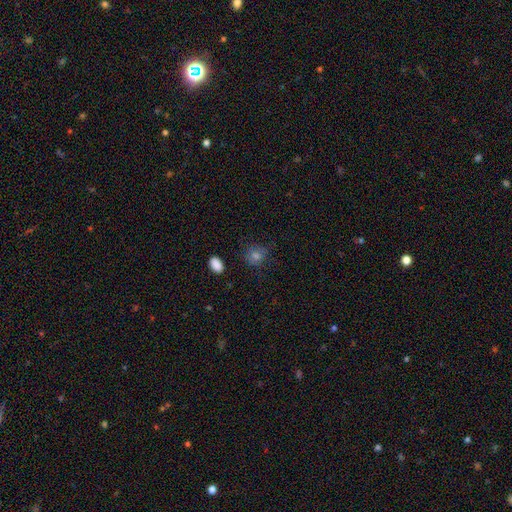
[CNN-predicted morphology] smooth-or-featured: smooth: 74% | star or artifact: 17% | featured or disk: 8%
  how-rounded: round: 80% | in between: 19% | cigar-shaped: 1%
  merging: none: 77% | minor disturbance: 15% | major disturbance: 5% | merger: 2%